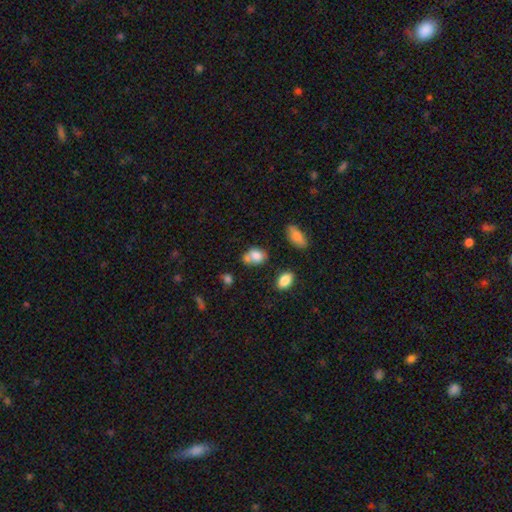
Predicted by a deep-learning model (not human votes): Morphology: type=smooth (78%); roundness=in between (69%); merging=none (40%).